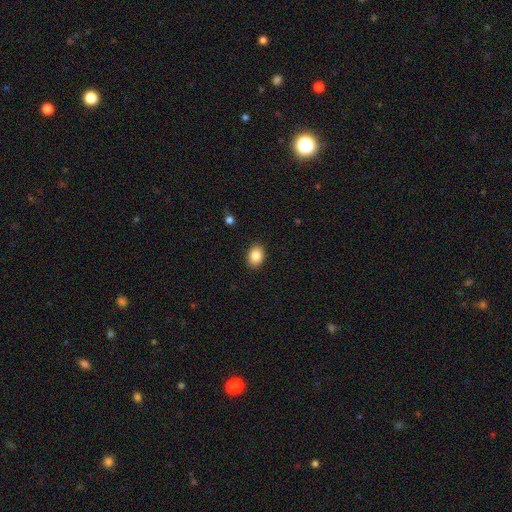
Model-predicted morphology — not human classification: Smooth or featured? Predicted: smooth (p=0.86). How rounded? Predicted: in between (p=0.74). Merging? Predicted: none (p=0.89).